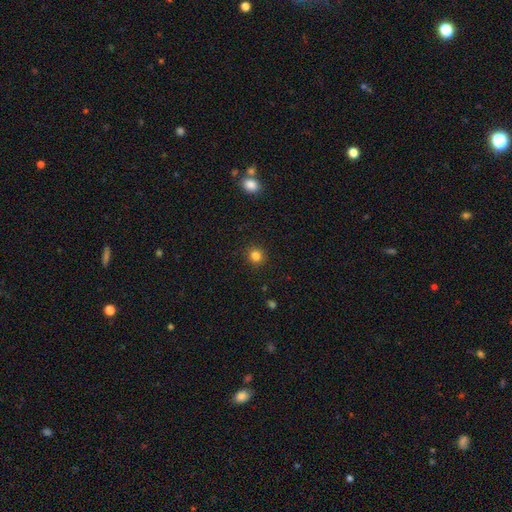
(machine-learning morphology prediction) smooth_or_featured: smooth (p=0.83) [alt: star or artifact p=0.12]
how_rounded: round (p=0.92) [alt: in between p=0.07]
merging: none (p=0.92) [alt: minor disturbance p=0.05]